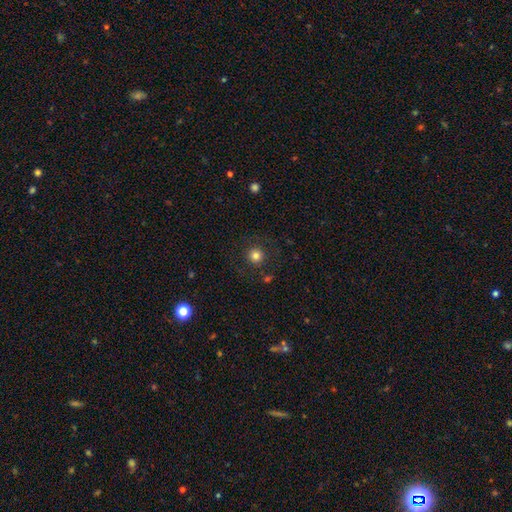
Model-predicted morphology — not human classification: This appears to be a smooth galaxy with no disk features (81%) that is round (95%). Merging: none (88%).